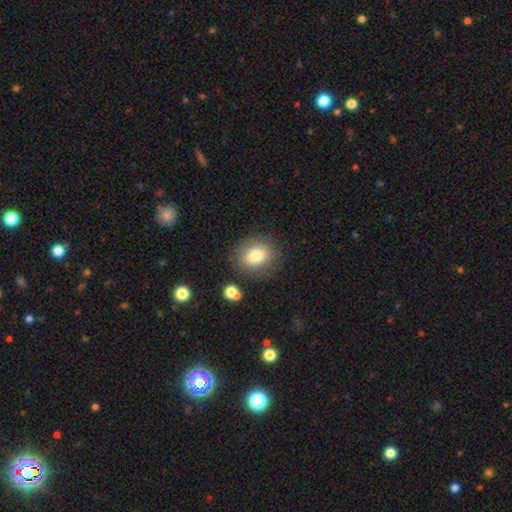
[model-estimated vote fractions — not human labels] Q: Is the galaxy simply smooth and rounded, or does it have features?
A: smooth — 77%.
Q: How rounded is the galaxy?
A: round — 65%.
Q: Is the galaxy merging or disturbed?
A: none — 81%.